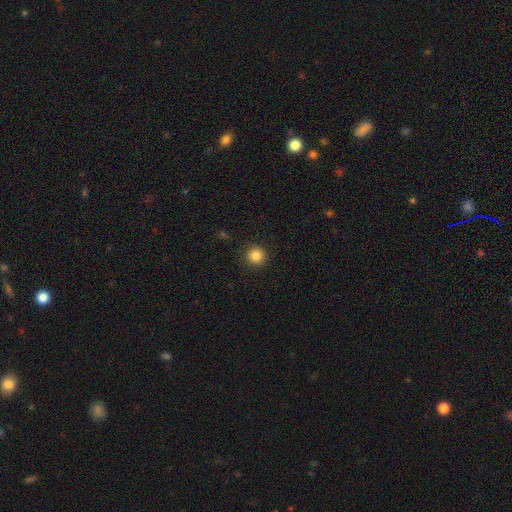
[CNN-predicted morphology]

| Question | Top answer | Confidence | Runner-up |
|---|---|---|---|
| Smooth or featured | smooth | 84% | star or artifact (11%) |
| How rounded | round | 95% | in between (5%) |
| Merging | none | 91% | minor disturbance (6%) |